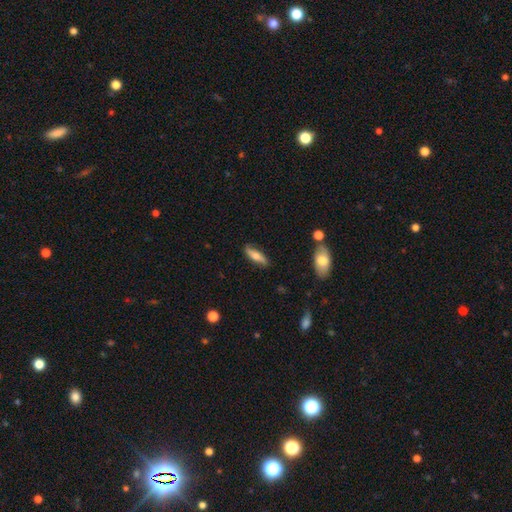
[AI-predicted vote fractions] Smooth or featured?
  - smooth: 59% *
  - featured or disk: 35%
  - star or artifact: 6%
How rounded?
  - cigar-shaped: 57% *
  - in between: 41%
  - round: 3%
Merging?
  - none: 84% *
  - minor disturbance: 13%
  - major disturbance: 2%
  - merger: 2%